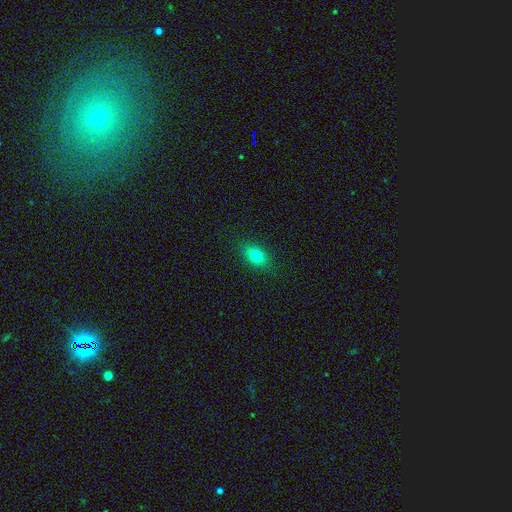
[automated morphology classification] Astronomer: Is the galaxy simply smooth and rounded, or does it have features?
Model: smooth — 79%.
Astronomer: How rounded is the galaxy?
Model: in between — 84%.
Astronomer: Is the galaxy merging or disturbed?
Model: none — 87%.